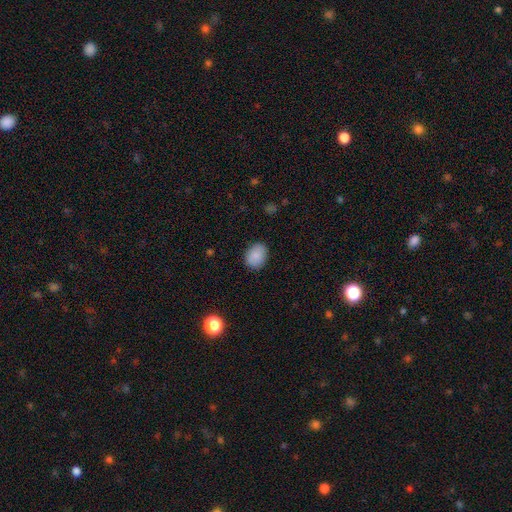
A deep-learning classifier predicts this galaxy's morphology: Smooth or featured? Predicted: smooth (p=0.87). How rounded? Predicted: in between (p=0.60). Merging? Predicted: none (p=0.86).